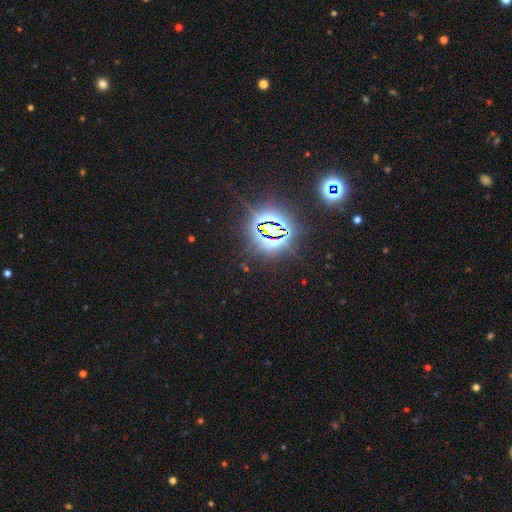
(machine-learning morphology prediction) smooth_or_featured: star or artifact (p=0.83) [alt: smooth p=0.09]